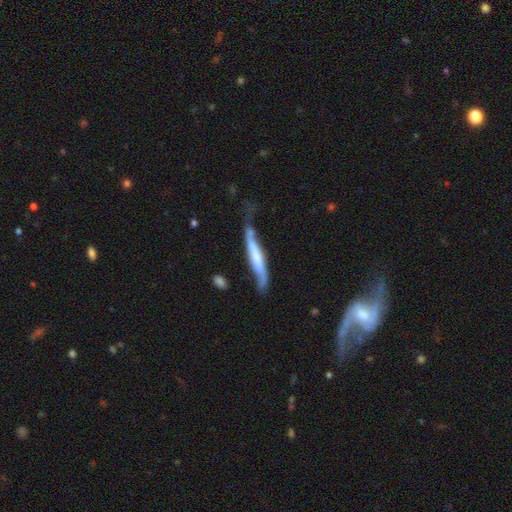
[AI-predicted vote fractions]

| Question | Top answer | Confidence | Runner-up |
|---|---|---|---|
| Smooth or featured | featured or disk | 61% | smooth (34%) |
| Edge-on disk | yes | 62% | no (38%) |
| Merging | none | 37% | minor disturbance (32%) |